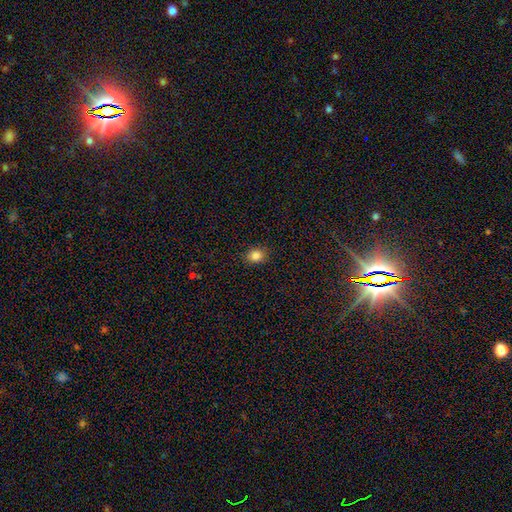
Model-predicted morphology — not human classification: A smooth galaxy with no disk features (84%) that is round (62%). Merging: none (89%).